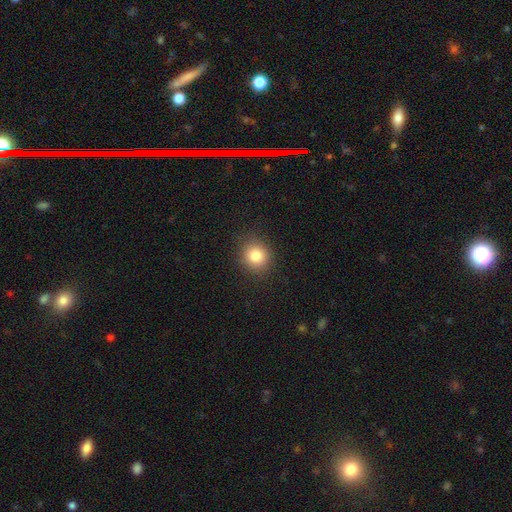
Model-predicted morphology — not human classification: A smooth galaxy with no disk features (82%) that is round (83%). Merging: none (89%).